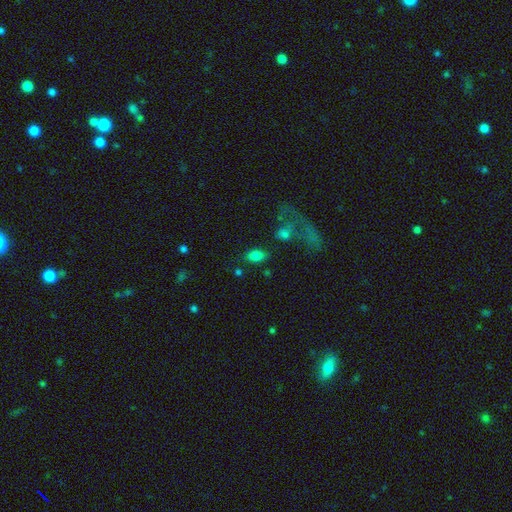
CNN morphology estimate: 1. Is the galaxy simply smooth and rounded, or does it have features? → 81% smooth, 10% star or artifact, 9% featured or disk.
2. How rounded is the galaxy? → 87% in between, 10% round, 2% cigar-shaped.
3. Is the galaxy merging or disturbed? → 76% none, 12% minor disturbance, 7% merger, 5% major disturbance.